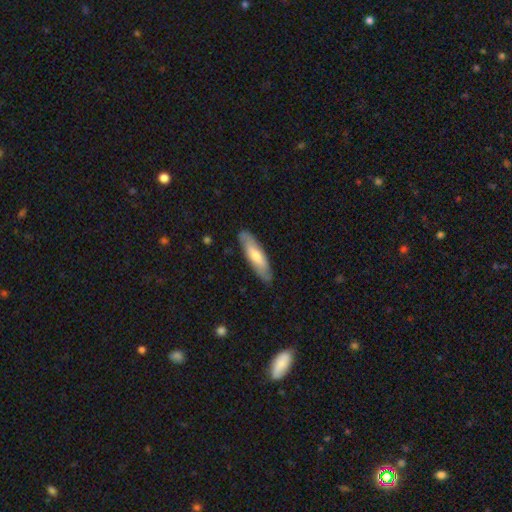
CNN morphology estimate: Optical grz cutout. It shows a smooth galaxy with no disk features (59%) that is cigar-shaped (66%). Merging: none (85%).